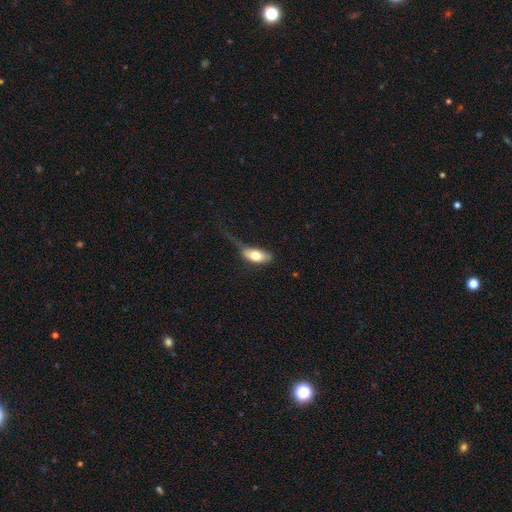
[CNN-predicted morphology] type=smooth (71%); roundness=in between (85%); merging=major disturbance (38%).